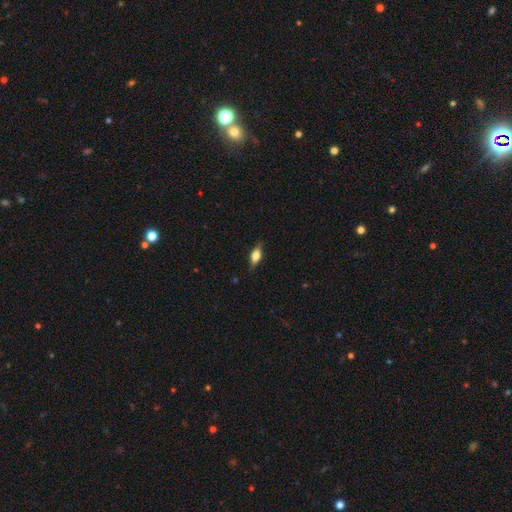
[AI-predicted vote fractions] Q: Smooth or featured?
A: smooth (51%); runner-up: featured or disk (41%)
Q: How rounded?
A: in between (71%); runner-up: cigar-shaped (23%)
Q: Merging?
A: none (81%); runner-up: minor disturbance (15%)